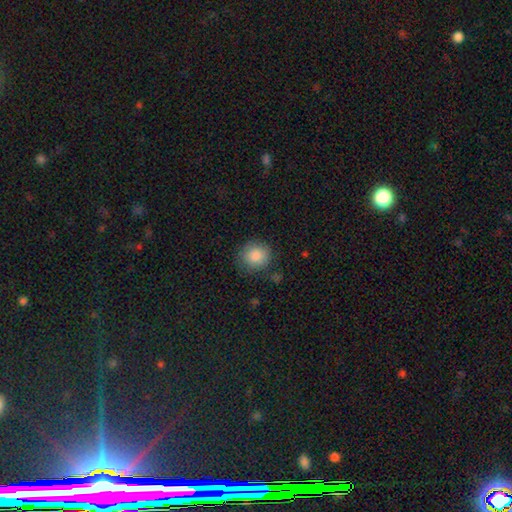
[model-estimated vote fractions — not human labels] This appears to be a smooth galaxy with no disk features (87%) that is round (90%). Merging: none (83%).